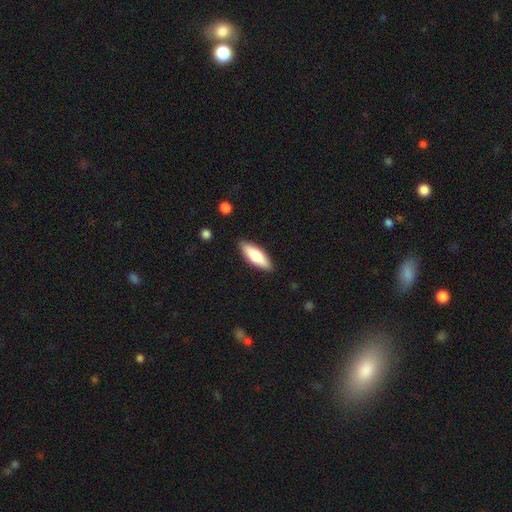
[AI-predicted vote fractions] smooth 76%, featured or disk 19%, star or artifact 5%. Down the decision tree: how rounded — in between (57%); merging — none (87%).